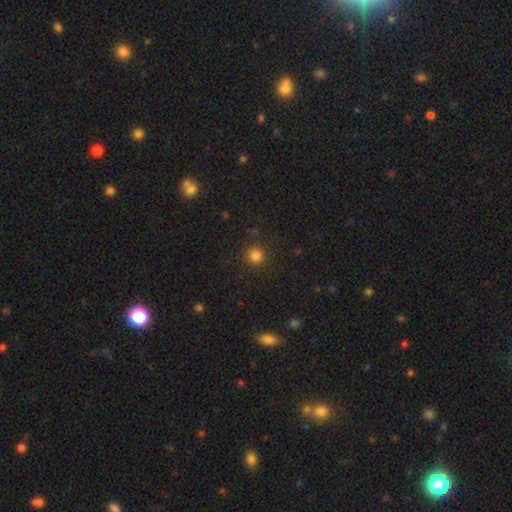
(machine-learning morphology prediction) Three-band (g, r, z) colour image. It shows a smooth galaxy with no disk features (80%) that is round (94%). Merging: none (87%).